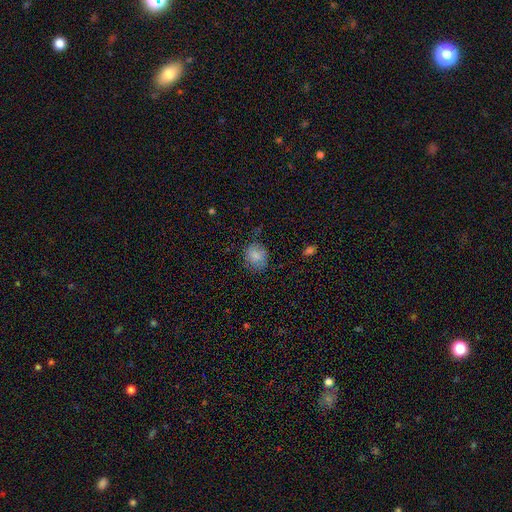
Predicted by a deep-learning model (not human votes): This is likely a smooth galaxy (80%). How rounded: likely round (69%). Merging: likely none (67%).